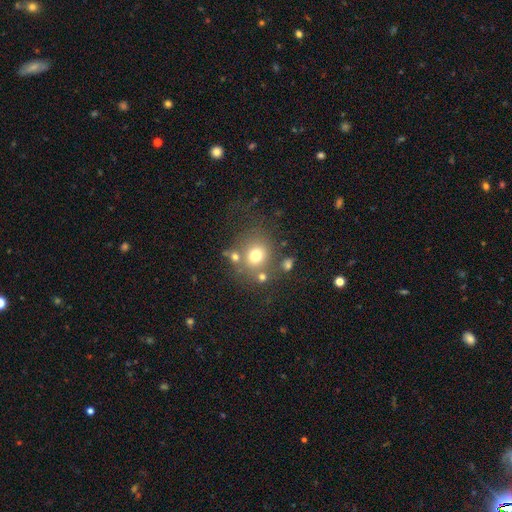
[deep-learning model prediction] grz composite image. It shows a smooth galaxy with no disk features (71%) that is round (78%). Merging: none (65%).